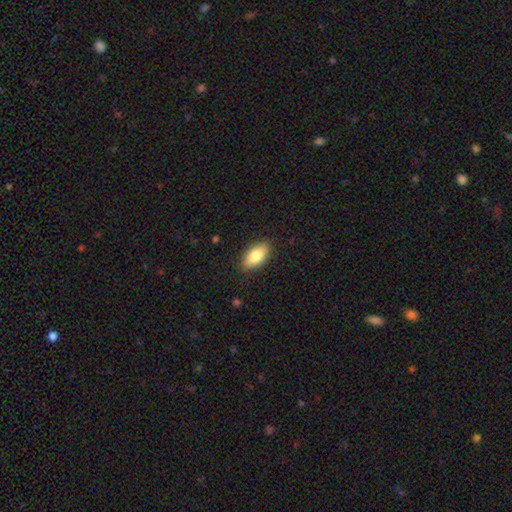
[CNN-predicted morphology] smooth 79%, featured or disk 14%, star or artifact 7%. Down the decision tree: how rounded — in between (90%); merging — none (87%).